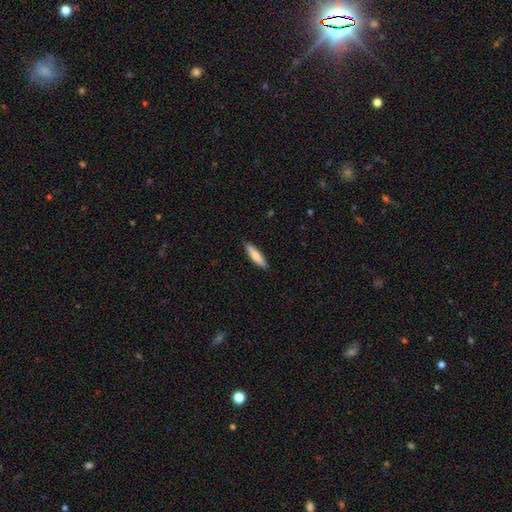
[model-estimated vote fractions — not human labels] This appears to be a smooth galaxy with no disk features (74%) that is cigar-shaped (80%). Merging: none (90%).